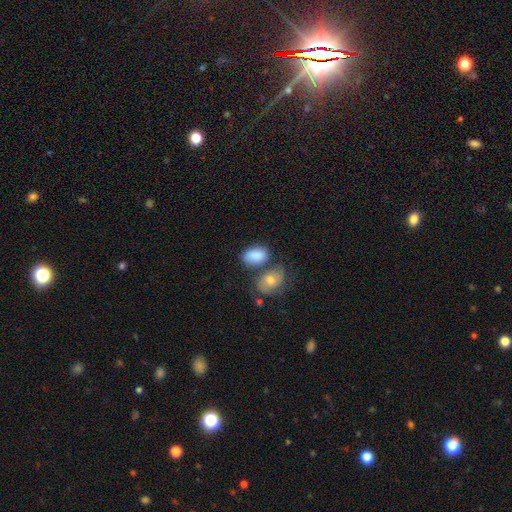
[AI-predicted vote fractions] smooth-or-featured: smooth: 81% | featured or disk: 12% | star or artifact: 7%
  how-rounded: in between: 87% | round: 12% | cigar-shaped: 1%
  merging: none: 47% | merger: 27% | minor disturbance: 19% | major disturbance: 7%